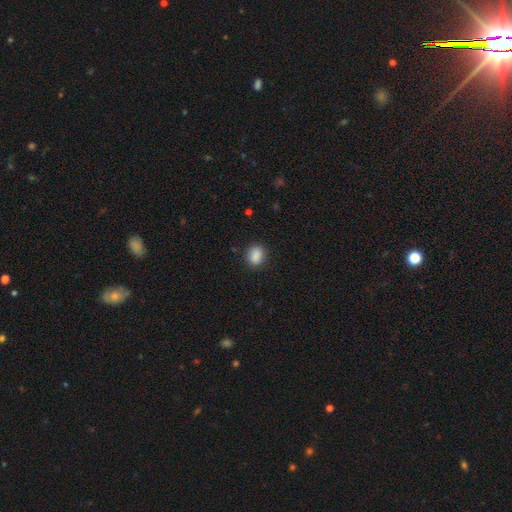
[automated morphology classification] The model was most divided on "how rounded": in between: 52%, round: 47%, cigar-shaped: 1%. More confident: smooth or featured — smooth (87%); merging — none (85%).